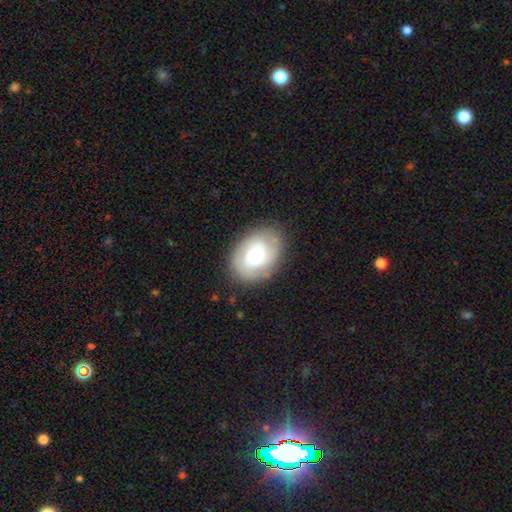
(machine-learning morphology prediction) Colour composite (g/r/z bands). It shows a smooth galaxy with no disk features (52%) that is in between round and cigar-shaped (75%). Merging: none (79%).